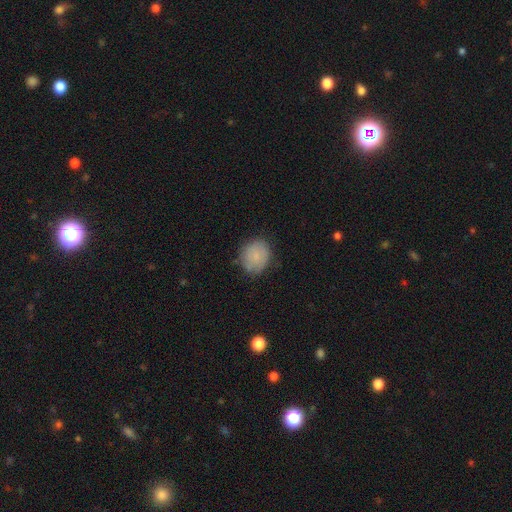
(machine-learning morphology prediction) This appears to be a smooth galaxy with no disk features (73%) that is round (70%). Merging: none (71%).